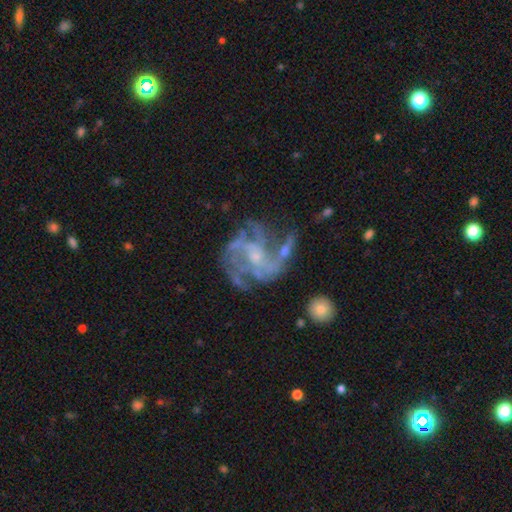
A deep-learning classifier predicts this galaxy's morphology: Smooth or featured?
  - featured or disk: 85% *
  - star or artifact: 9%
  - smooth: 7%
Edge-on disk?
  - no: 98% *
  - yes: 2%
Bar?
  - no: 56% *
  - weak: 34%
  - strong: 10%
Spiral arms?
  - yes: 91% *
  - no: 9%
Spiral winding?
  - medium: 47% *
  - tight: 32%
  - loose: 21%
Spiral arm count?
  - 3: 29% *
  - can't tell: 22%
  - 4: 21%
  - 2: 15%
  - more than 4: 7%
  - 1: 6%
Bulge size?
  - small: 58% *
  - moderate: 29%
  - none: 10%
  - large: 2%
  - dominant: 1%
Merging?
  - none: 55% *
  - major disturbance: 20%
  - minor disturbance: 18%
  - merger: 7%